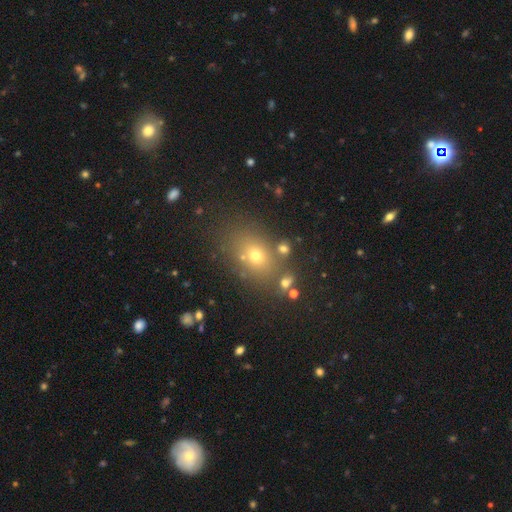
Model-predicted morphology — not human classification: smooth 65%, star or artifact 21%, featured or disk 14%. Down the decision tree: how rounded — in between (63%); merging — none (75%).